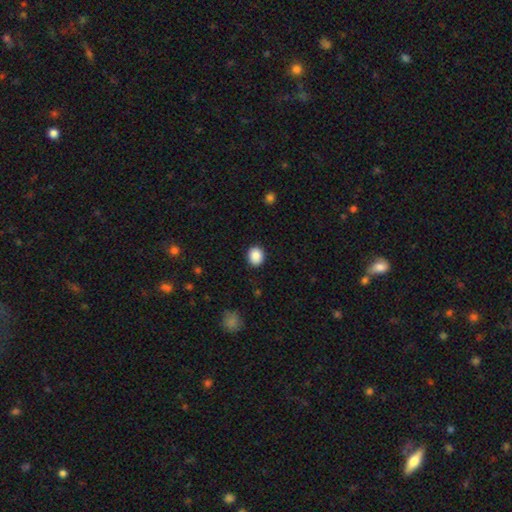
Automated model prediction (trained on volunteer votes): Smooth or featured?
  - smooth: 88% *
  - star or artifact: 8%
  - featured or disk: 3%
How rounded?
  - round: 63% *
  - in between: 36%
  - cigar-shaped: 1%
Merging?
  - none: 90% *
  - minor disturbance: 7%
  - major disturbance: 2%
  - merger: 1%